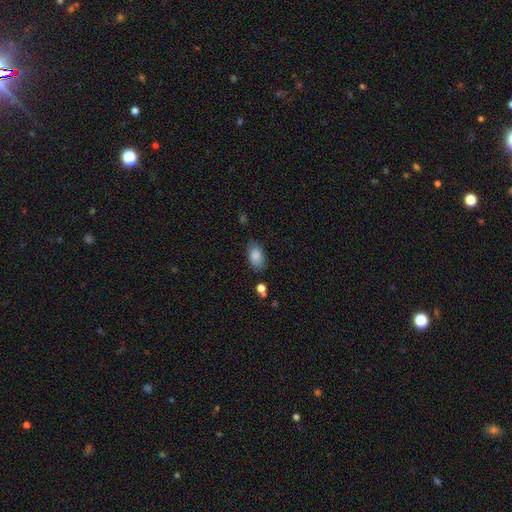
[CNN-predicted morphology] A smooth galaxy with no disk features (87%) that is in between round and cigar-shaped (91%).

Vote fractions:
- Smooth or featured? smooth: 87% / star or artifact: 8% / featured or disk: 6%
- How rounded? in between: 91% / round: 7% / cigar-shaped: 2%
- Merging? none: 80% / minor disturbance: 14% / major disturbance: 4% / merger: 3%